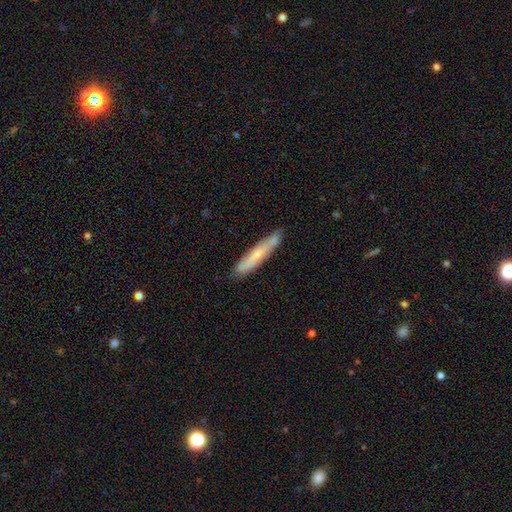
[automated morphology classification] smooth_or_featured: smooth (p=0.57) [alt: featured or disk p=0.38]
how_rounded: cigar-shaped (p=0.90) [alt: in between p=0.08]
merging: none (p=0.76) [alt: minor disturbance p=0.18]